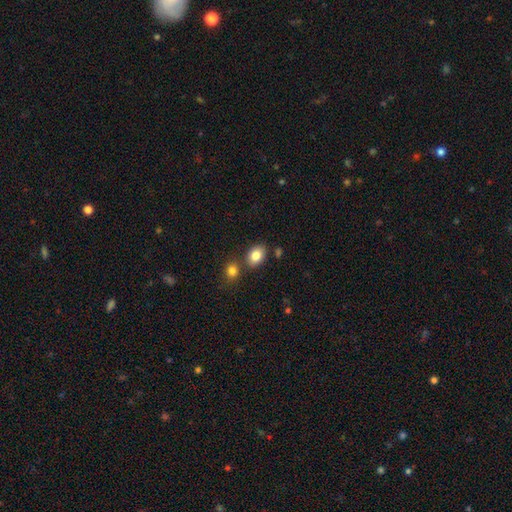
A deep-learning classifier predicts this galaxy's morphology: Smooth or featured: smooth — 84% (star or artifact — 9%)
How rounded: in between — 72% (round — 27%)
Merging: none — 71% (merger — 16%)